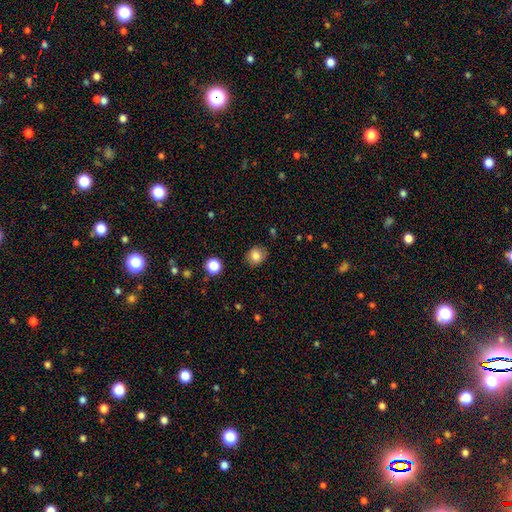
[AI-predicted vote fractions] A smooth galaxy with no disk features (83%) that is round (78%). Merging: none (85%).